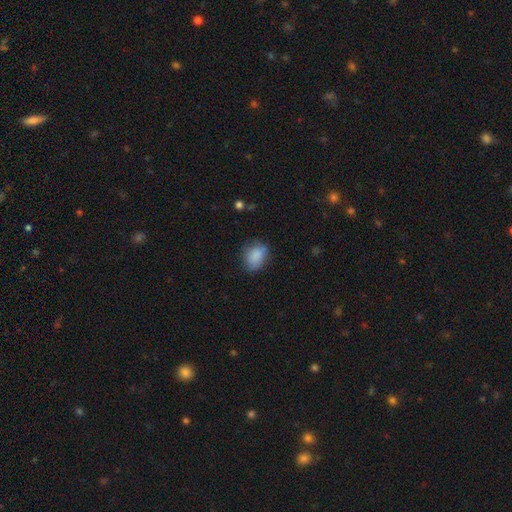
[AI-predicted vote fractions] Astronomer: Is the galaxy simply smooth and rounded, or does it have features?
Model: smooth — 85%.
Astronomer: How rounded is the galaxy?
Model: in between — 58% (runner-up: round, 41%).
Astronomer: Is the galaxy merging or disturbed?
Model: none — 69%.